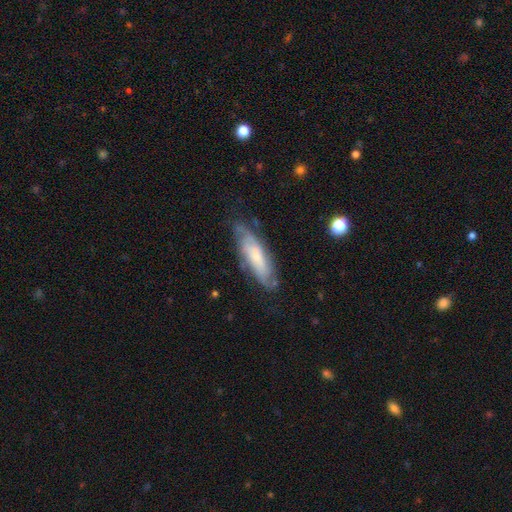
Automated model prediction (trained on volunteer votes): This appears to be a featured or disk galaxy (57%). Merging: none (69%).